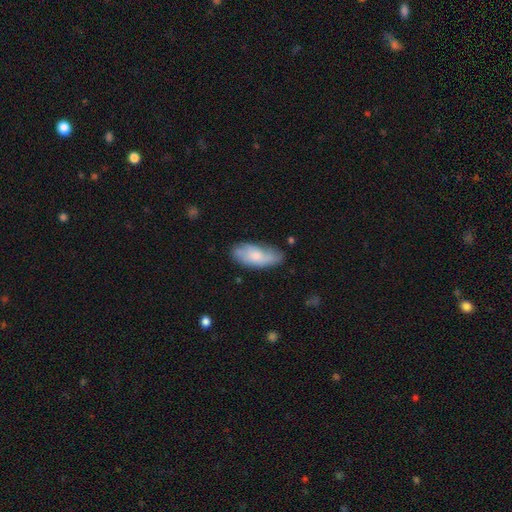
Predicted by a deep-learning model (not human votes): smooth-or-featured: smooth: 68% | featured or disk: 26% | star or artifact: 6%
  how-rounded: in between: 83% | cigar-shaped: 14% | round: 2%
  merging: none: 62% | minor disturbance: 29% | major disturbance: 7% | merger: 2%